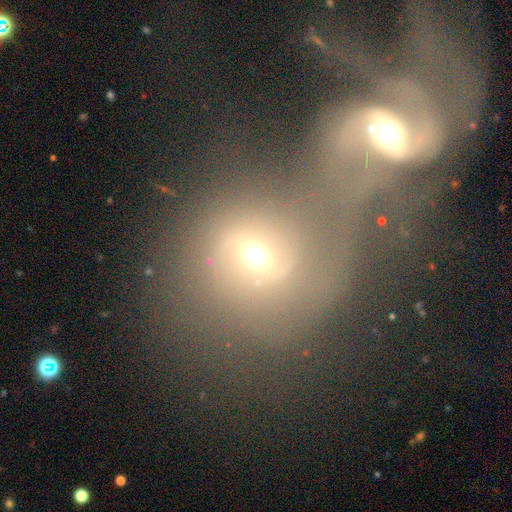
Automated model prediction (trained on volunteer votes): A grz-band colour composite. It shows a featured or disk galaxy (58%) with a weak bar (42%), spiral arms (77%) and a moderate central bulge (64%). Merging: merger (71%).